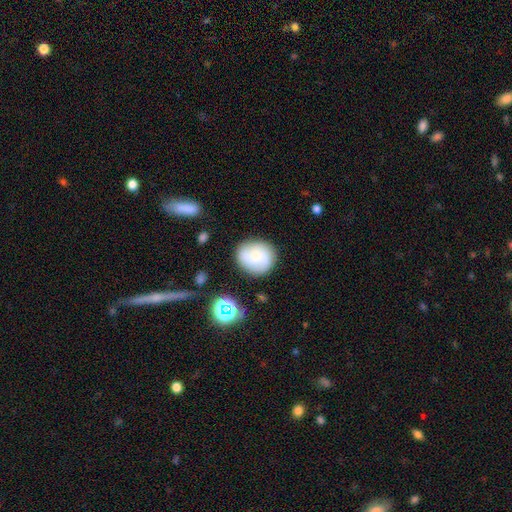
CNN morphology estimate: This is possibly a smooth galaxy (59%). How rounded: clearly round (82%). Merging: likely none (77%).